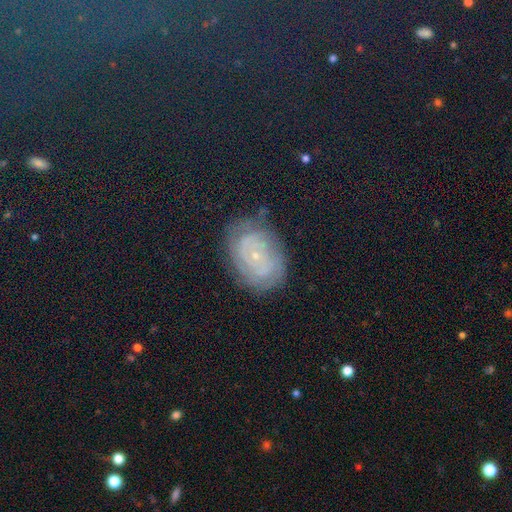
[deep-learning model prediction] Overall: featured or disk (50%; star or artifact 30%). Merging: none (79%).